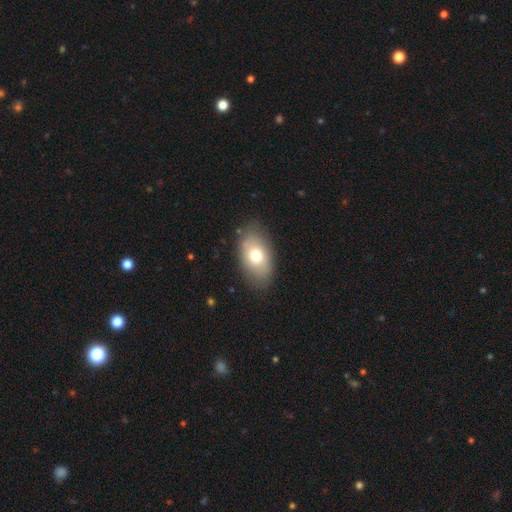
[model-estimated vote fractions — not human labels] Q: Smooth or featured?
A: smooth (72%); runner-up: featured or disk (20%)
Q: How rounded?
A: in between (91%); runner-up: round (8%)
Q: Merging?
A: none (82%); runner-up: minor disturbance (13%)